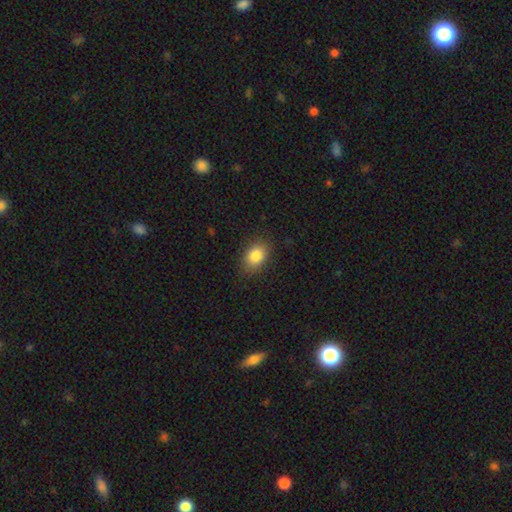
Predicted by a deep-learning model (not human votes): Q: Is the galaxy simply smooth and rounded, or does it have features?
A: smooth — 85%.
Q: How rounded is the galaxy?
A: in between — 77%.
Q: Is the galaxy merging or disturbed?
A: none — 84%.